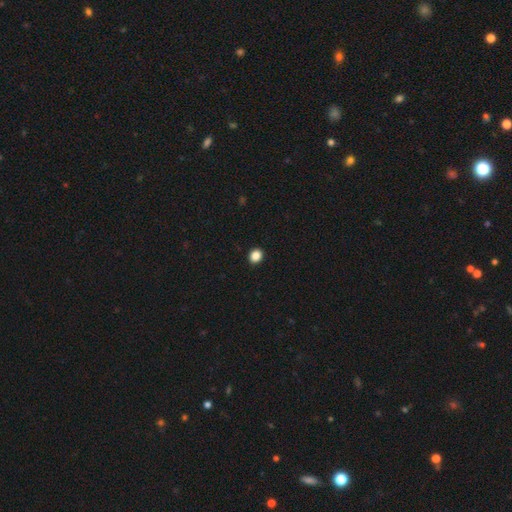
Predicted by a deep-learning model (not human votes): Morphology: type=smooth (86%); roundness=round (71%); merging=none (93%).